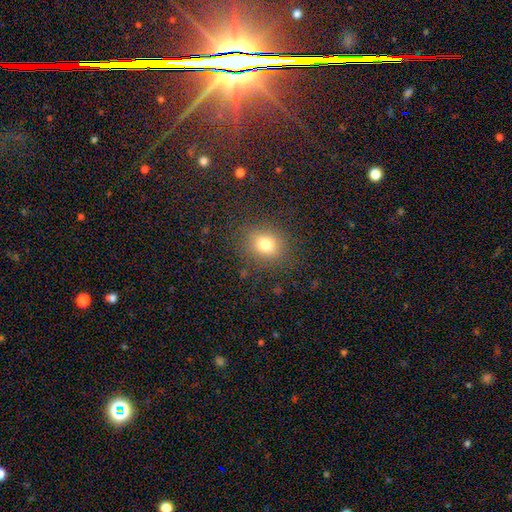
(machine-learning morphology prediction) type=smooth (69%); roundness=round (66%); merging=none (89%).